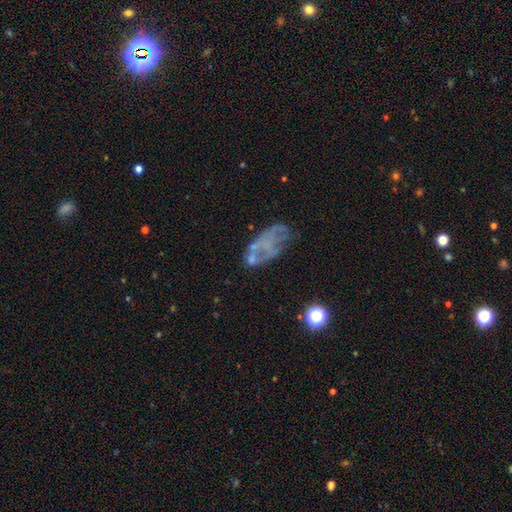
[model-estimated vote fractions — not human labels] Smooth or featured?
  - featured or disk: 58% *
  - smooth: 29%
  - star or artifact: 13%
Edge-on disk?
  - no: 96% *
  - yes: 4%
Bar?
  - no: 88% *
  - weak: 9%
  - strong: 3%
Spiral arms?
  - no: 81% *
  - yes: 19%
Bulge size?
  - none: 78% *
  - small: 12%
  - moderate: 7%
  - large: 2%
  - dominant: 1%
Merging?
  - none: 42% *
  - major disturbance: 26%
  - minor disturbance: 23%
  - merger: 9%